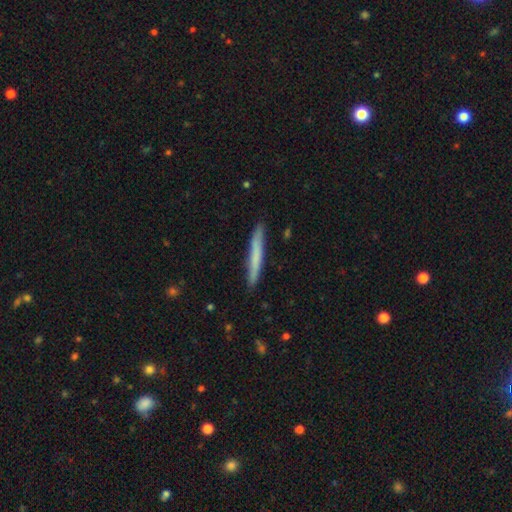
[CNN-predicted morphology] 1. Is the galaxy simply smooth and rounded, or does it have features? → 66% smooth, 28% featured or disk, 5% star or artifact.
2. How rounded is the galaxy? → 97% cigar-shaped, 2% in between, 1% round.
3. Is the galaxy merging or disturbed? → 89% none, 8% minor disturbance, 1% major disturbance, 1% merger.